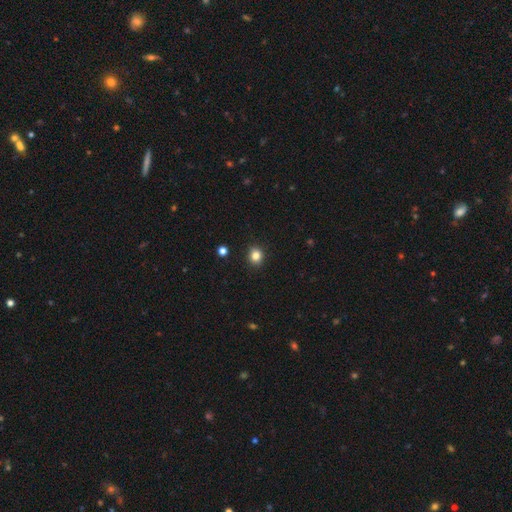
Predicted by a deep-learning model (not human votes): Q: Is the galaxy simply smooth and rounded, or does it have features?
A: smooth — 83%.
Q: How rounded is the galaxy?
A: round — 74%.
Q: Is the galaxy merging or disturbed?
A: none — 90%.